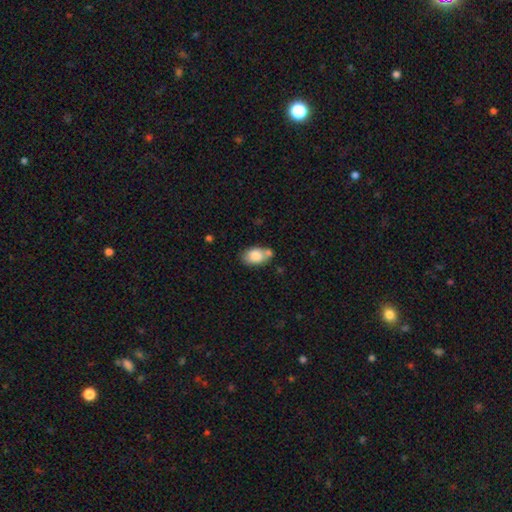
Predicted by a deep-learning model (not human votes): This is clearly a smooth galaxy (82%). How rounded: clearly in between (86%). Merging: possibly none (49%).